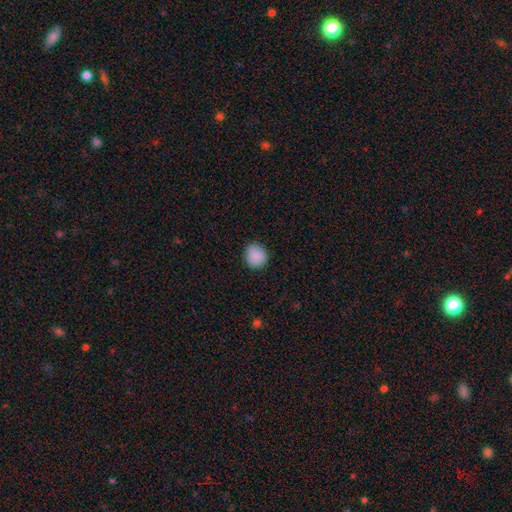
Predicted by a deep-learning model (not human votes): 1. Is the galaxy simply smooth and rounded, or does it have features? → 89% smooth, 8% star or artifact, 4% featured or disk.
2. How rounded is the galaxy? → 85% round, 14% in between, 1% cigar-shaped.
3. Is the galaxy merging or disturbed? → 85% none, 11% minor disturbance, 2% major disturbance, 1% merger.